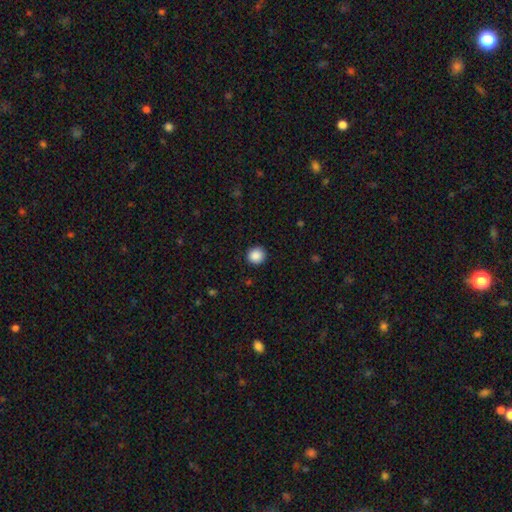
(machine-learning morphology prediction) This is clearly a smooth galaxy (88%). How rounded: clearly round (93%). Merging: clearly none (91%).